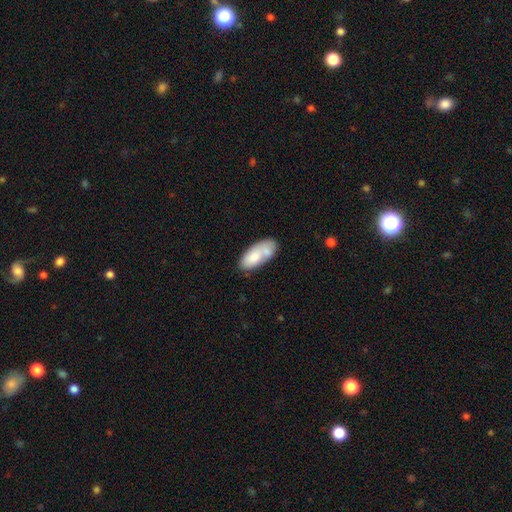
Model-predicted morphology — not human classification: Q: Smooth or featured?
A: smooth (74%); runner-up: featured or disk (20%)
Q: How rounded?
A: in between (87%); runner-up: cigar-shaped (11%)
Q: Merging?
A: none (42%); runner-up: merger (32%)